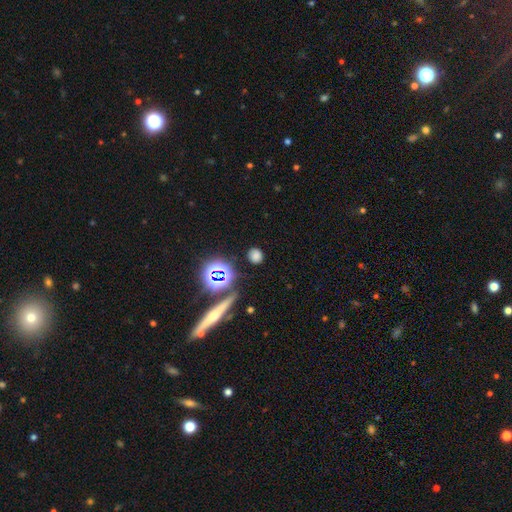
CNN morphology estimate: This is likely a smooth galaxy (69%). How rounded: likely round (76%). Merging: clearly none (85%).